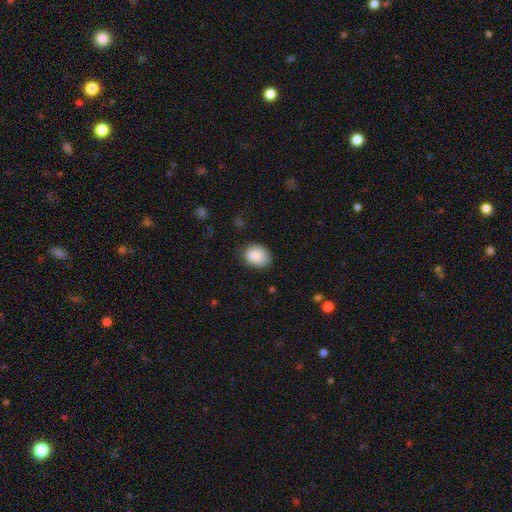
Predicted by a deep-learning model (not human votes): This appears to be a smooth galaxy with no disk features (86%) that is in between round and cigar-shaped (62%). Merging: none (74%).